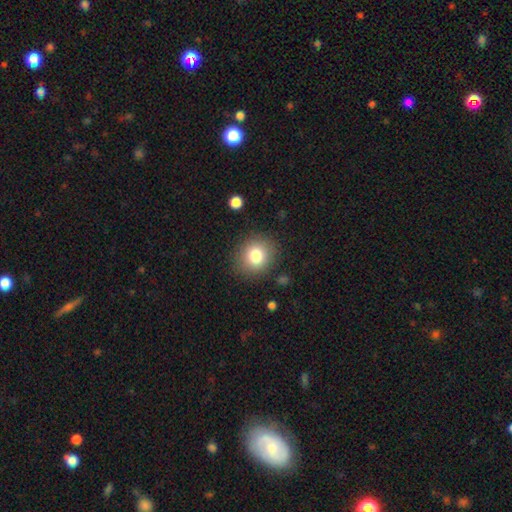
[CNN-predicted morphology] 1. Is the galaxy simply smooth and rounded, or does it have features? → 80% smooth, 11% star or artifact, 9% featured or disk.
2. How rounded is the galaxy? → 81% round, 18% in between, 1% cigar-shaped.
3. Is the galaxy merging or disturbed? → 86% none, 9% minor disturbance, 3% major disturbance, 2% merger.